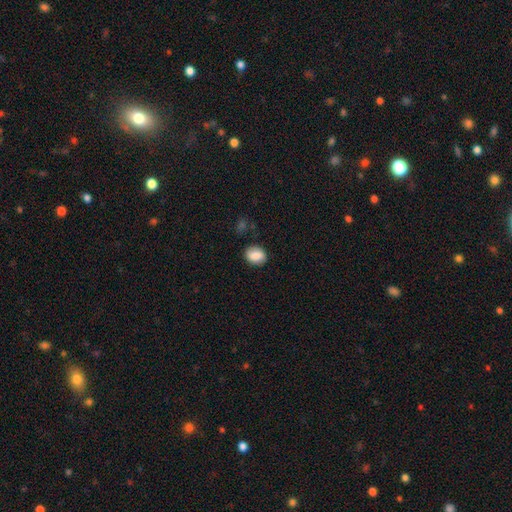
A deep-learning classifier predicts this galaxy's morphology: Smooth or featured?
  - smooth: 82% *
  - featured or disk: 10%
  - star or artifact: 8%
How rounded?
  - in between: 59% *
  - round: 39%
  - cigar-shaped: 1%
Merging?
  - none: 81% *
  - minor disturbance: 13%
  - major disturbance: 3%
  - merger: 2%